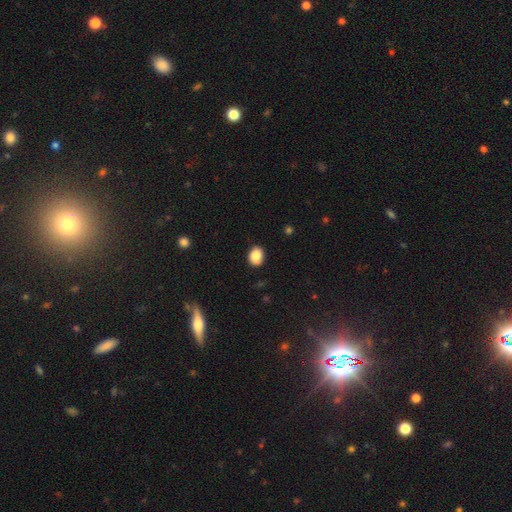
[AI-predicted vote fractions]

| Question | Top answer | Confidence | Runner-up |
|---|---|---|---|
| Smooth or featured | smooth | 85% | star or artifact (9%) |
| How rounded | round | 53% | in between (46%) |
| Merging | none | 86% | minor disturbance (11%) |